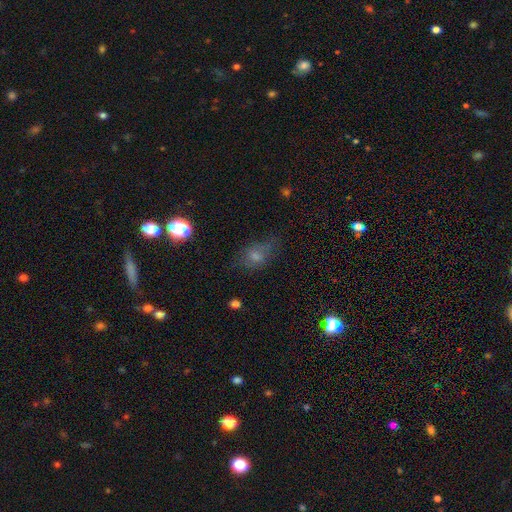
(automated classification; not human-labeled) A smooth galaxy with no disk features (56%) that is in between round and cigar-shaped (63%).

Vote fractions:
- Smooth or featured? smooth: 56% / star or artifact: 23% / featured or disk: 21%
- How rounded? in between: 63% / round: 34% / cigar-shaped: 3%
- Merging? none: 57% / minor disturbance: 25% / major disturbance: 16% / merger: 2%